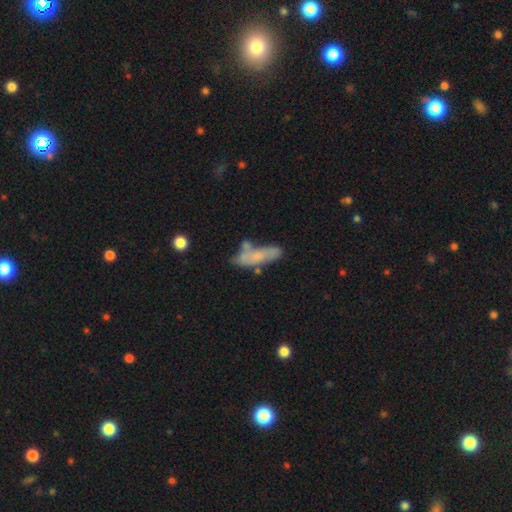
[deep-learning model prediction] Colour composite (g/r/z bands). It shows a smooth galaxy with no disk features (60%) that is cigar-shaped (57%). Merging: none (48%).